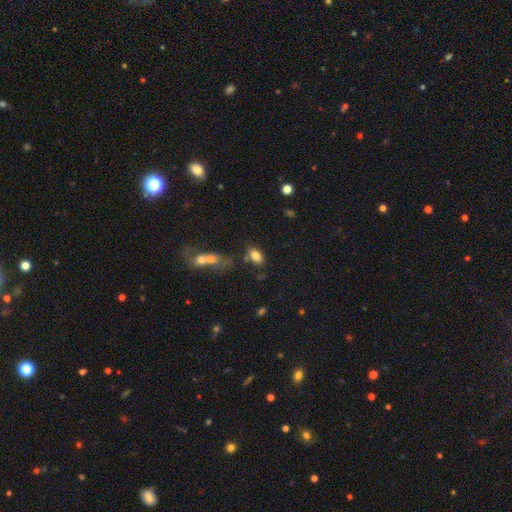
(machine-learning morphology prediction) A smooth galaxy with no disk features (80%) that is in between round and cigar-shaped (89%). Merging: none (66%).